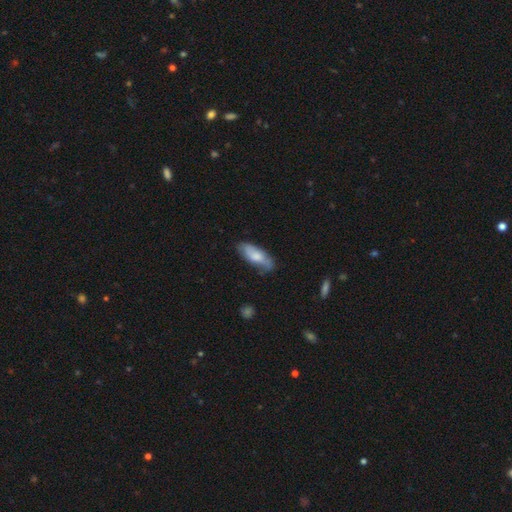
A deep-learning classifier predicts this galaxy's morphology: type=smooth (66%); roundness=in between (74%); merging=none (62%).